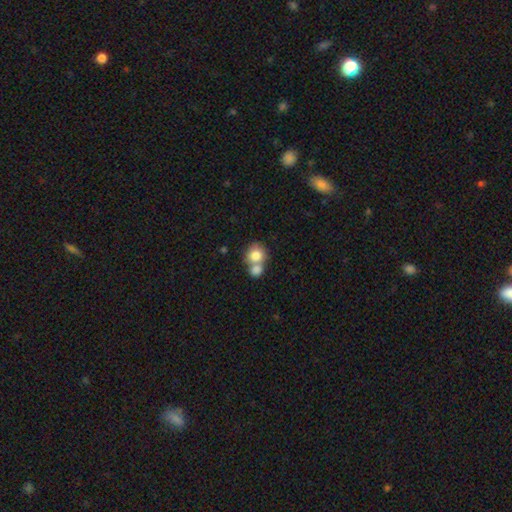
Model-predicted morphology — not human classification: Overall: smooth (79%). How rounded: round (76%). Merging: merger (57%; none 33%).